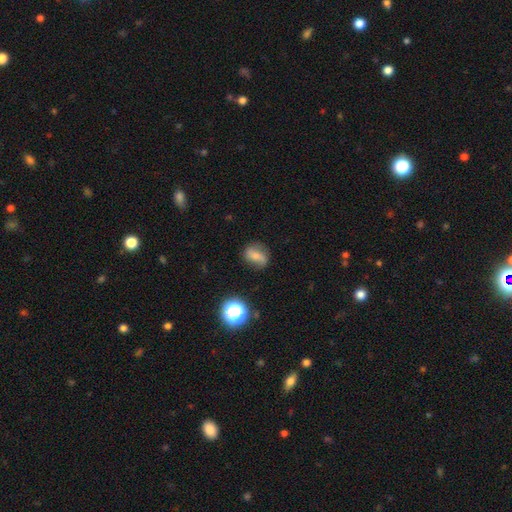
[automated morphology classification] Smooth or featured? smooth (49%)
Merging? none (69%)